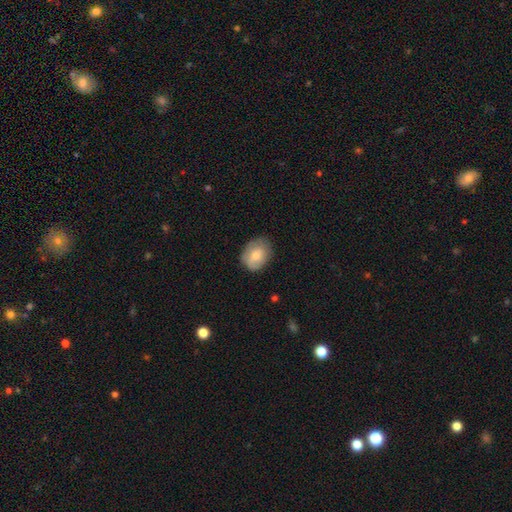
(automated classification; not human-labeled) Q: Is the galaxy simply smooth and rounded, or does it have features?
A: smooth — 74%.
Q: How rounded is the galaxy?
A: in between — 65%.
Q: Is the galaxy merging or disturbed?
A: none — 71%.